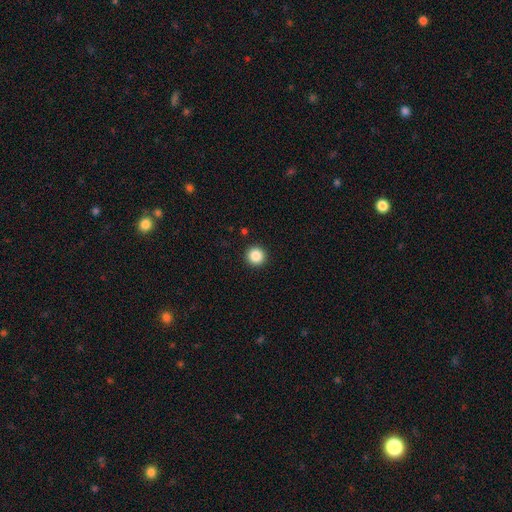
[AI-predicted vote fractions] This is clearly a smooth galaxy (87%). How rounded: clearly round (96%). Merging: clearly none (93%).